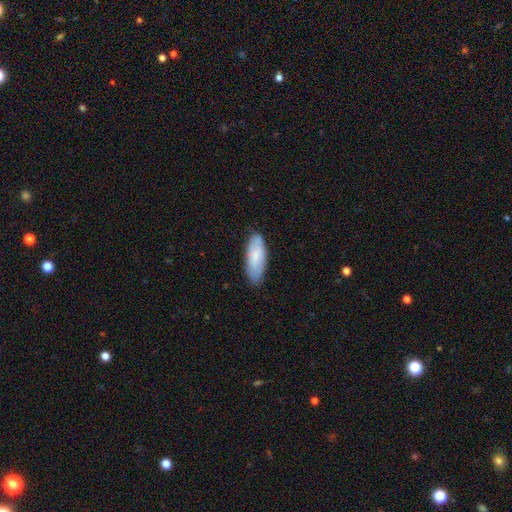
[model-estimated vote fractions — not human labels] Morphology: type=smooth (81%); roundness=in between (71%); merging=none (81%).